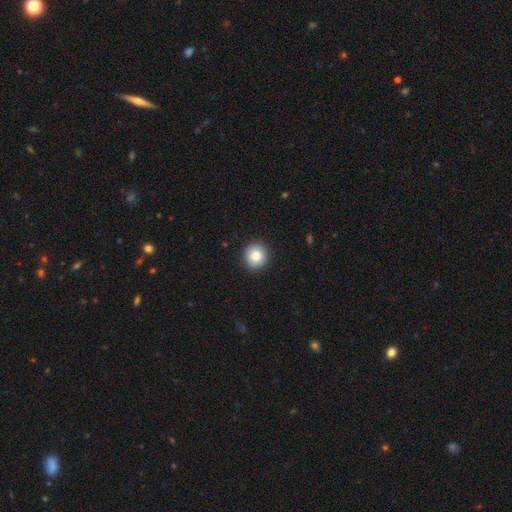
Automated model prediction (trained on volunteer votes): A smooth galaxy with no disk features (82%) that is round (91%). Merging: none (91%).